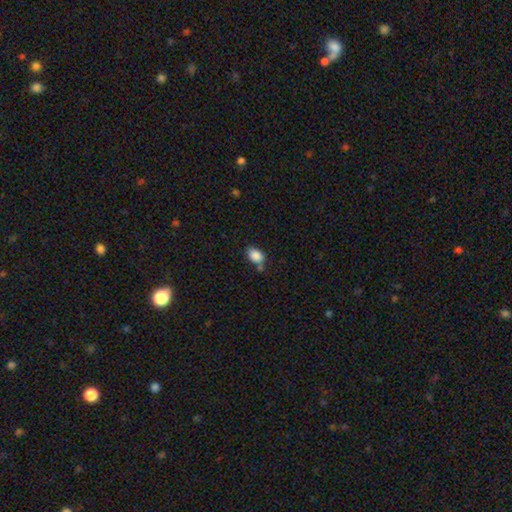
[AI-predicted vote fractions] Overall: smooth (87%). How rounded: in between (81%). Merging: none (61%).